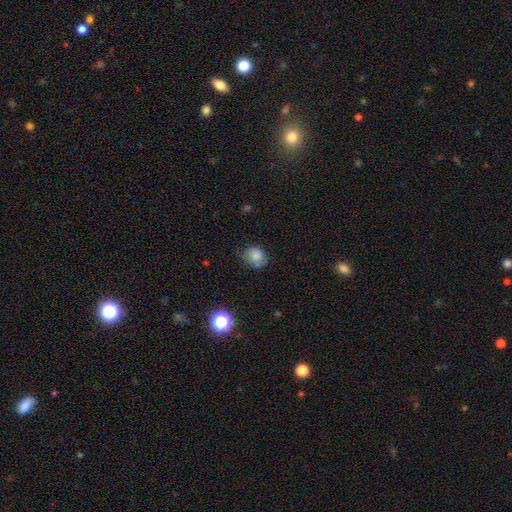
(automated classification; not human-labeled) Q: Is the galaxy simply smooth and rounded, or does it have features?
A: smooth — 81%.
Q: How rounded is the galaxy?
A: round — 63%.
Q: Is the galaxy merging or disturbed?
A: none — 66%.